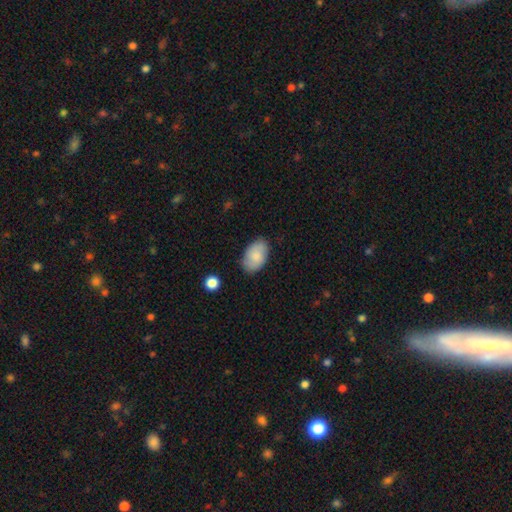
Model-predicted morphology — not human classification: type=smooth (79%); roundness=in between (93%); merging=none (81%).